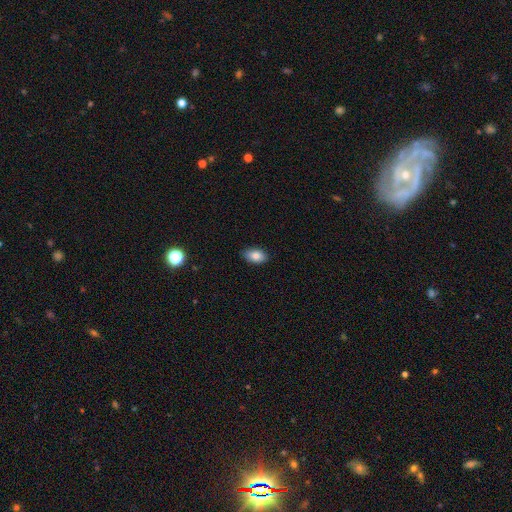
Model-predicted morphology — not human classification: A smooth galaxy with no disk features (84%) that is in between round and cigar-shaped (91%). Merging: none (87%).